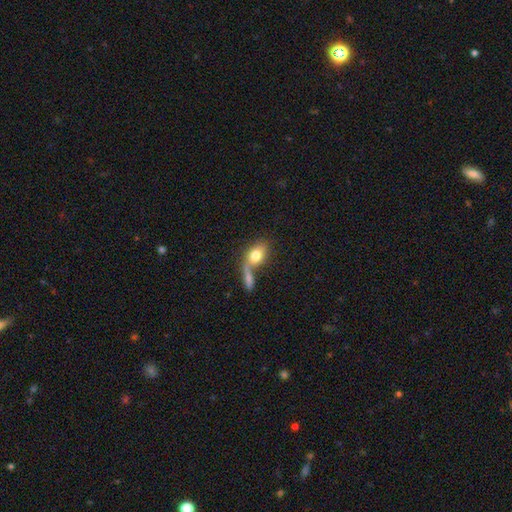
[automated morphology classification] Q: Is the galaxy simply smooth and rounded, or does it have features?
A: smooth — 77%.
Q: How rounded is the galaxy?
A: in between — 77%.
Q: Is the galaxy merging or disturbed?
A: merger — 47%.